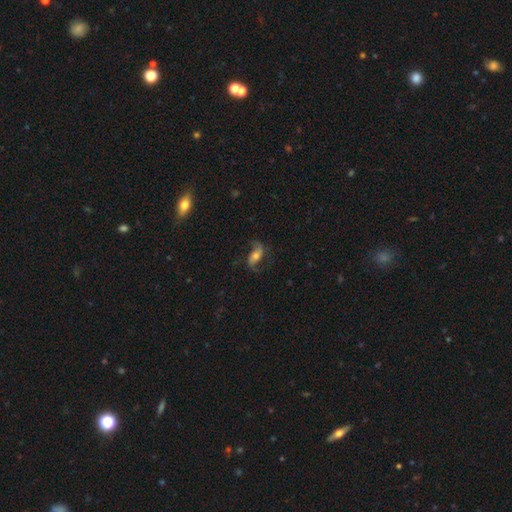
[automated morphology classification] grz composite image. It shows a featured or disk galaxy (67%) with no bar (48%), 2 (91%) loose (68%) spiral arms (91%) and a moderate central bulge (58%). Merging: none (70%).